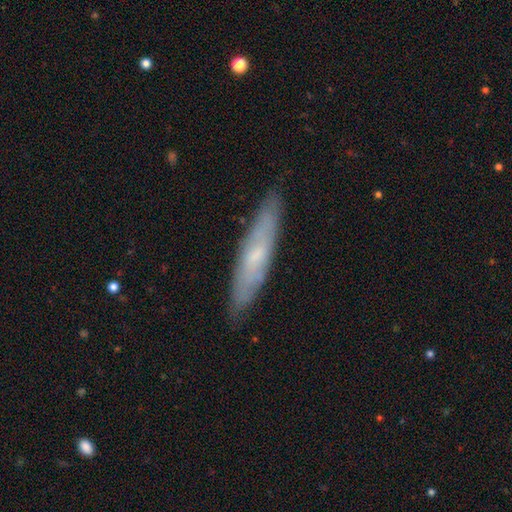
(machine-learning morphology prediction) featured or disk 48%, smooth 45%, star or artifact 7%. Down the decision tree: merging — none (85%).